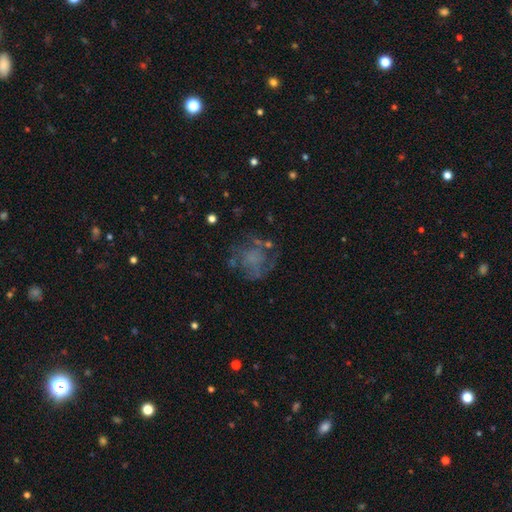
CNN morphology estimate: type=featured or disk (50%); merging=none (59%).